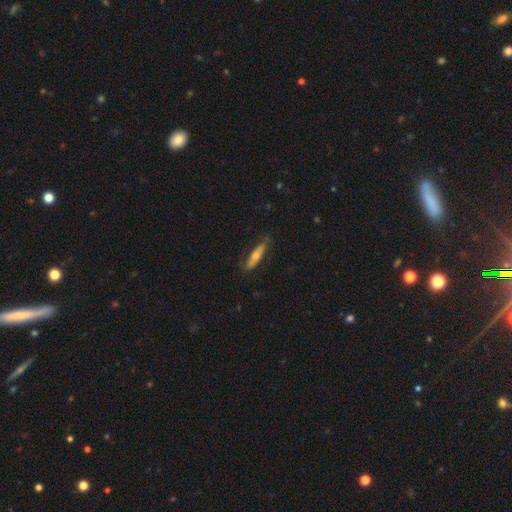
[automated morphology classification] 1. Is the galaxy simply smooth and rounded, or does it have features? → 47% featured or disk (tied), 47% smooth (tied), 6% star or artifact.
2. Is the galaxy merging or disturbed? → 79% none, 16% minor disturbance, 3% major disturbance, 1% merger.